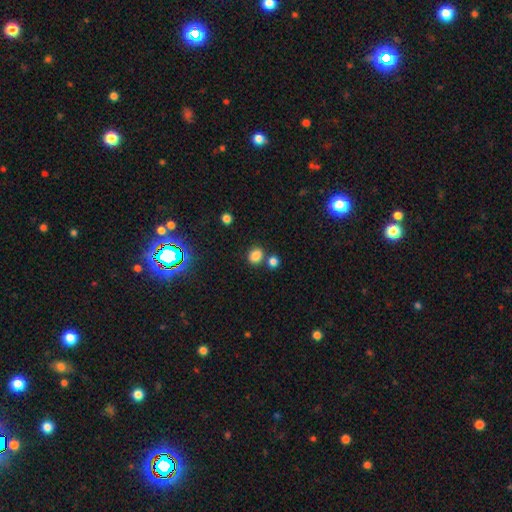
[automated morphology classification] Q: Smooth or featured?
A: smooth (81%); runner-up: star or artifact (14%)
Q: How rounded?
A: round (56%); runner-up: in between (43%)
Q: Merging?
A: none (68%); runner-up: merger (18%)